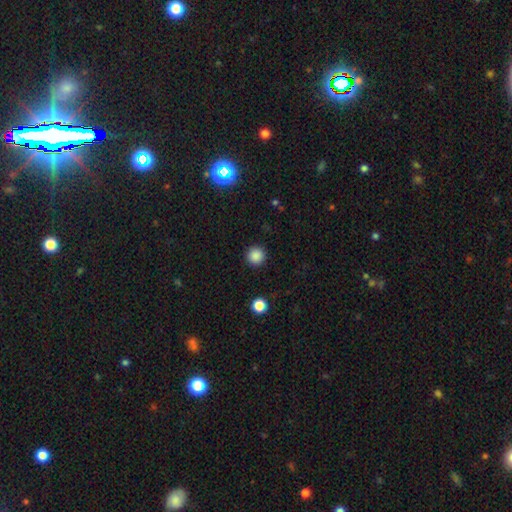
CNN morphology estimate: smooth-or-featured: smooth: 86% | star or artifact: 11% | featured or disk: 3%
  how-rounded: round: 95% | in between: 4% | cigar-shaped: 1%
  merging: none: 92% | minor disturbance: 5% | major disturbance: 2% | merger: 1%